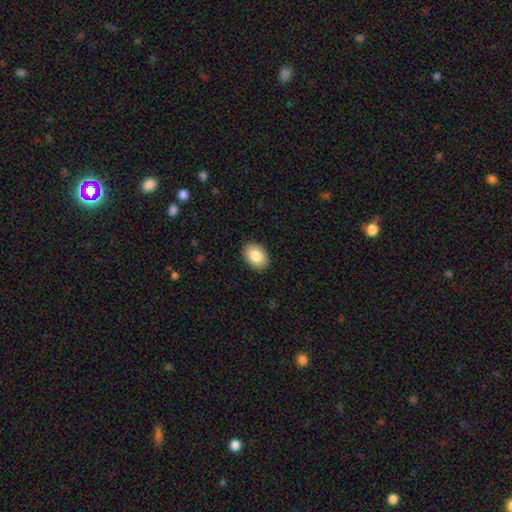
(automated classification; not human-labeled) Smooth or featured? Predicted: smooth (p=0.85). How rounded? Predicted: in between (p=0.83). Merging? Predicted: none (p=0.90).